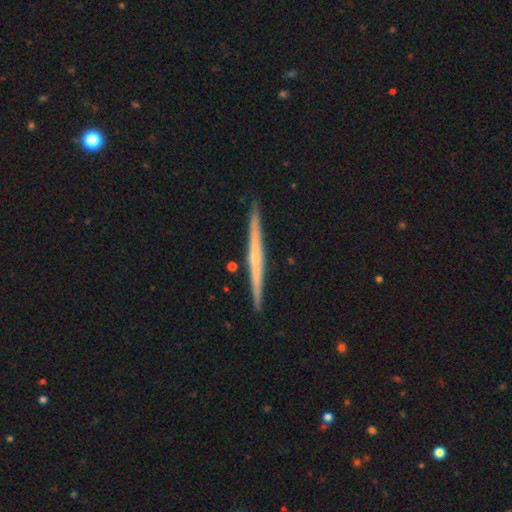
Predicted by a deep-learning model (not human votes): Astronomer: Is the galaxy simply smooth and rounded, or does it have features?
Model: featured or disk — 67%.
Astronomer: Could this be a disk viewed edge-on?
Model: yes — 98%.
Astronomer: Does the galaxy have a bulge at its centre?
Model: none — 64%.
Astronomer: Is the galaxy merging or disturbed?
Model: none — 91%.